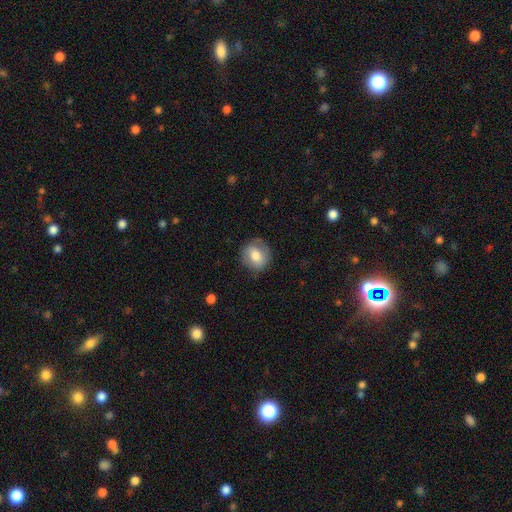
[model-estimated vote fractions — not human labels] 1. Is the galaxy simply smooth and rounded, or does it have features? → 72% smooth, 21% featured or disk, 8% star or artifact.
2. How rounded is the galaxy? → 80% round, 19% in between, 1% cigar-shaped.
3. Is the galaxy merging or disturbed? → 79% none, 15% minor disturbance, 5% major disturbance, 1% merger.